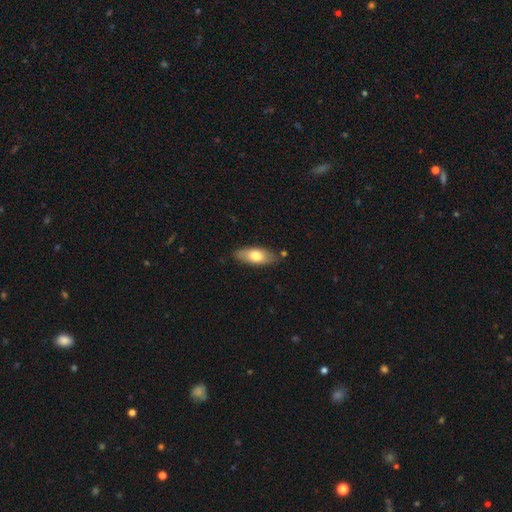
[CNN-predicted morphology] Smooth or featured? smooth (70%)
How rounded? in between (77%)
Merging? none (80%)